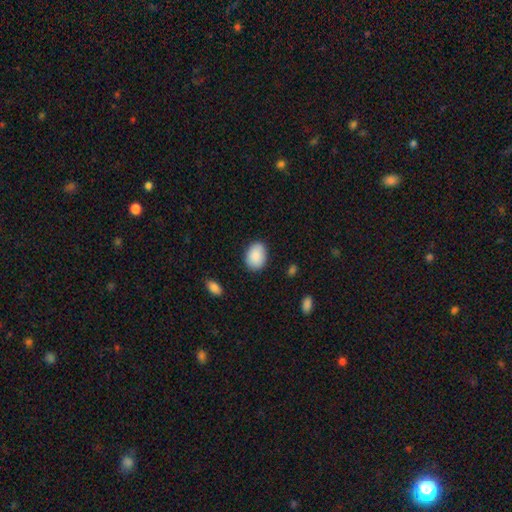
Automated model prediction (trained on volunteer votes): smooth 90%, star or artifact 6%, featured or disk 4%. Down the decision tree: how rounded — in between (72%); merging — none (85%).